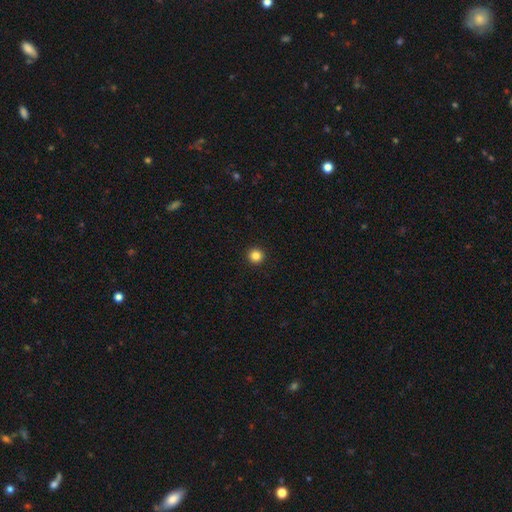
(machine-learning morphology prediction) smooth_or_featured: smooth (p=0.85) [alt: star or artifact p=0.11]
how_rounded: round (p=0.96) [alt: in between p=0.03]
merging: none (p=0.94) [alt: minor disturbance p=0.04]